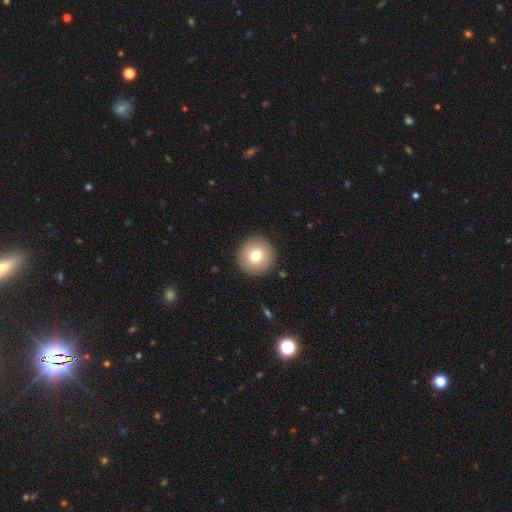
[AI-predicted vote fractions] This is likely a smooth galaxy (74%). How rounded: clearly round (94%). Merging: clearly none (92%).